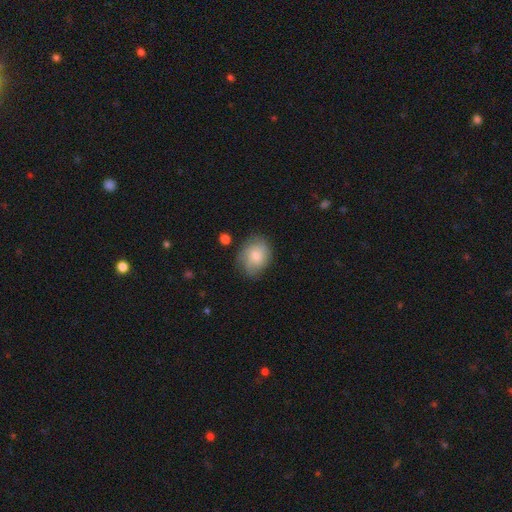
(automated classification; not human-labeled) A smooth galaxy with no disk features (74%) that is in between round and cigar-shaped (56%). Merging: none (71%).